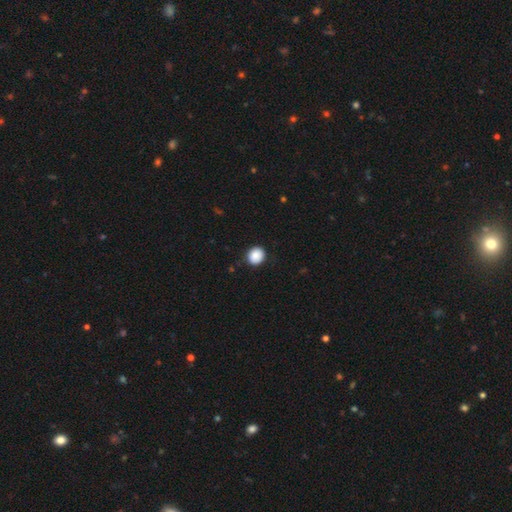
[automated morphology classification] A smooth galaxy with no disk features (88%) that is round (75%). Merging: none (89%).